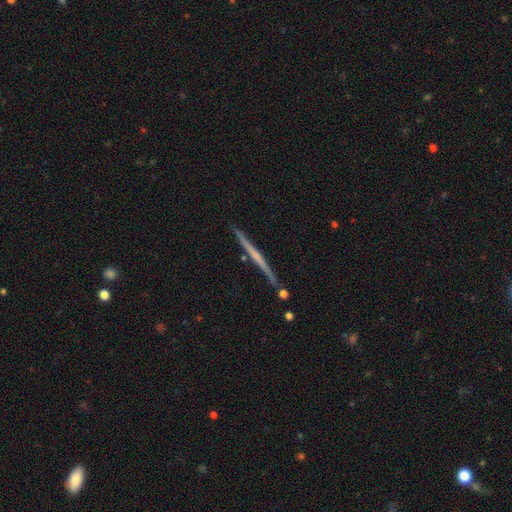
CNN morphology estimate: Overall: featured or disk (64%; smooth 30%). Edge-on disk: yes (98%). Edge-on bulge: none (79%). Merging: none (88%).